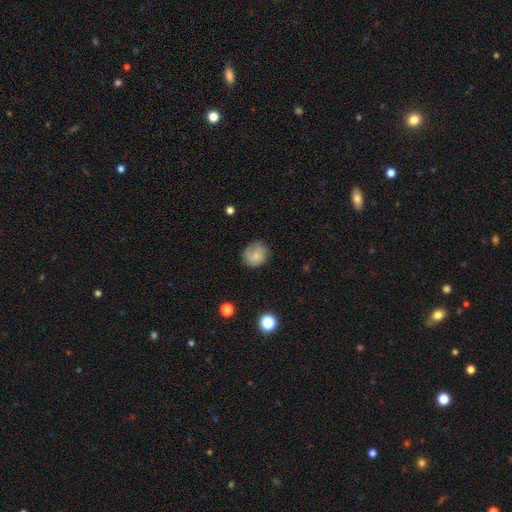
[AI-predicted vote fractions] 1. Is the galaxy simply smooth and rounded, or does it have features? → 68% smooth, 23% featured or disk, 9% star or artifact.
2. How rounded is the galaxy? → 77% round, 22% in between, 1% cigar-shaped.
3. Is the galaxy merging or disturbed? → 71% none, 21% minor disturbance, 6% major disturbance, 1% merger.